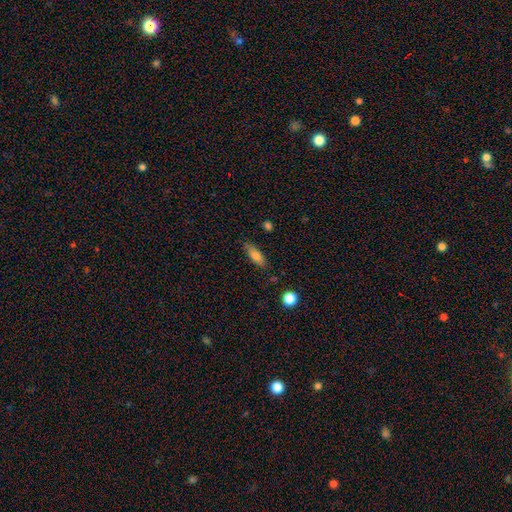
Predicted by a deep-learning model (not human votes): Smooth or featured? Predicted: smooth (p=0.76). How rounded? Predicted: in between (p=0.57). Merging? Predicted: none (p=0.79).